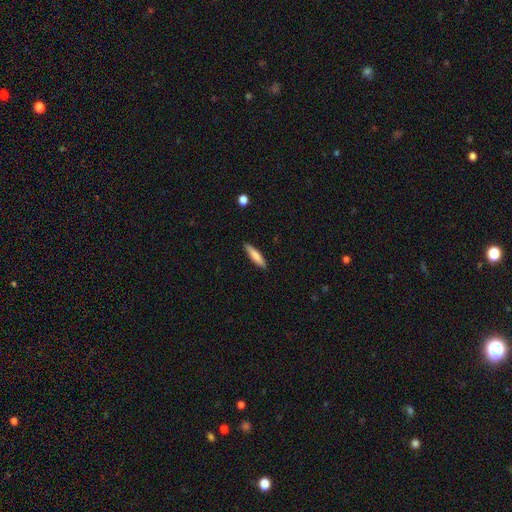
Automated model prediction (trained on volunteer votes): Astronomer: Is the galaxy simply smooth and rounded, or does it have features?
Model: smooth — 79%.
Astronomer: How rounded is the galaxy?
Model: cigar-shaped — 80%.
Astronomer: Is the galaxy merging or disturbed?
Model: none — 89%.